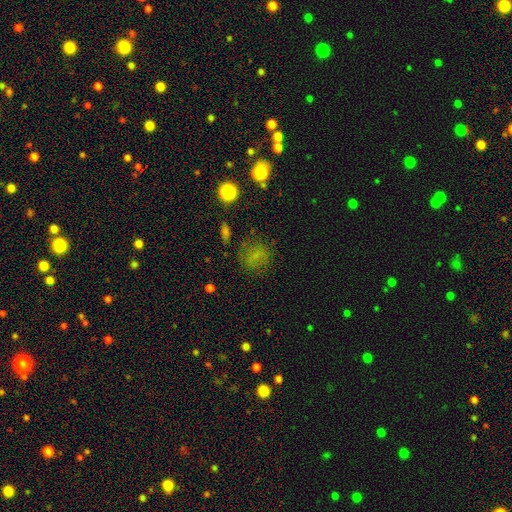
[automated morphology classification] smooth-or-featured: smooth: 64% | star or artifact: 23% | featured or disk: 13%
  how-rounded: round: 66% | in between: 32% | cigar-shaped: 2%
  merging: none: 71% | minor disturbance: 17% | major disturbance: 9% | merger: 3%